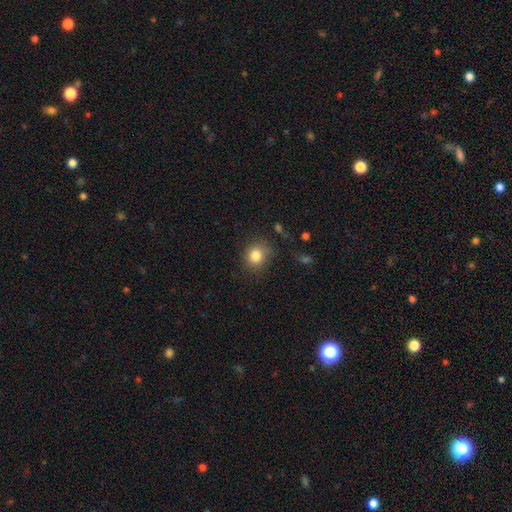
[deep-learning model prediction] Smooth or featured?
  - smooth: 83% *
  - star or artifact: 10%
  - featured or disk: 6%
How rounded?
  - round: 77% *
  - in between: 22%
  - cigar-shaped: 1%
Merging?
  - none: 77% *
  - minor disturbance: 16%
  - major disturbance: 5%
  - merger: 2%